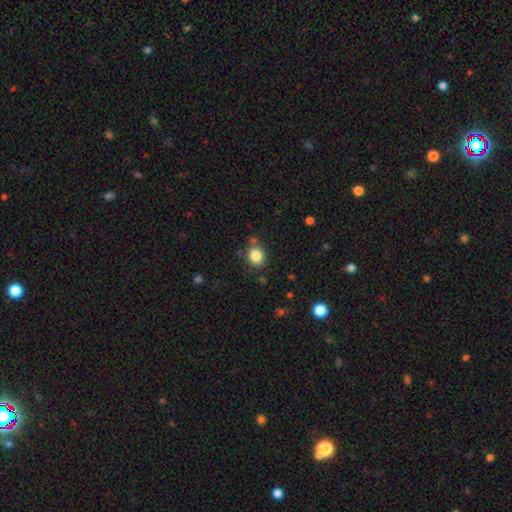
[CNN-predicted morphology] Smooth or featured? smooth (84%)
How rounded? round (71%)
Merging? none (77%)